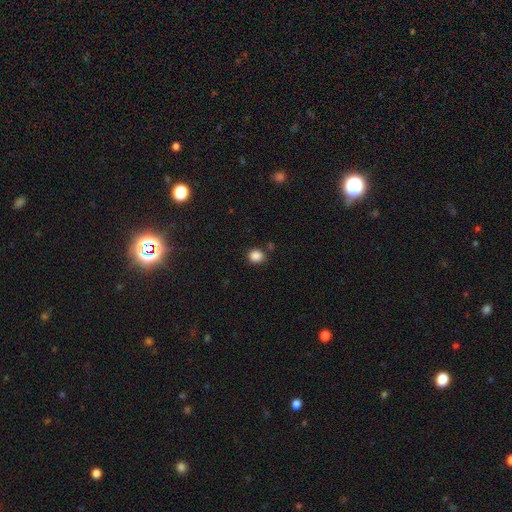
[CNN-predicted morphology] type=smooth (86%); roundness=round (81%); merging=none (82%).